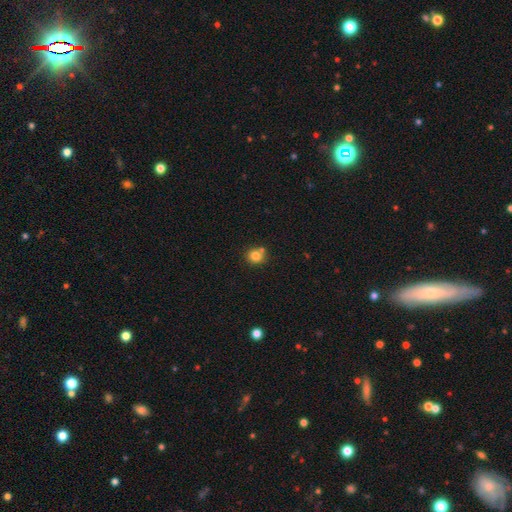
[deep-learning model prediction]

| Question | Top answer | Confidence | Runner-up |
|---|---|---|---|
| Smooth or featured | smooth | 82% | star or artifact (11%) |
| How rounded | round | 87% | in between (13%) |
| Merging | none | 71% | merger (16%) |